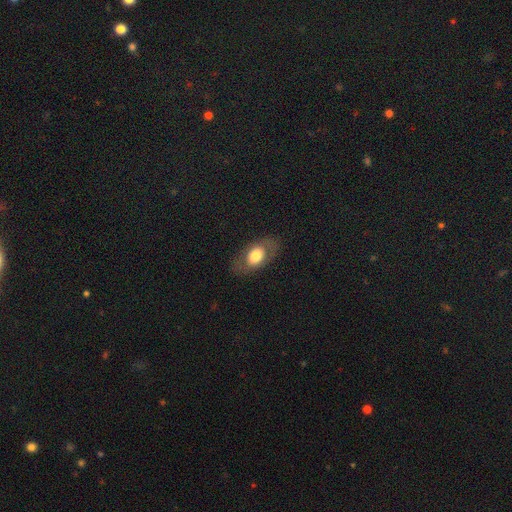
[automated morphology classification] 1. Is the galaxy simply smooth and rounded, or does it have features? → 61% smooth, 33% featured or disk, 7% star or artifact.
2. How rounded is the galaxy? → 85% in between, 13% round, 3% cigar-shaped.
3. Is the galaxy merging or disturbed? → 80% none, 12% minor disturbance, 7% major disturbance, 1% merger.